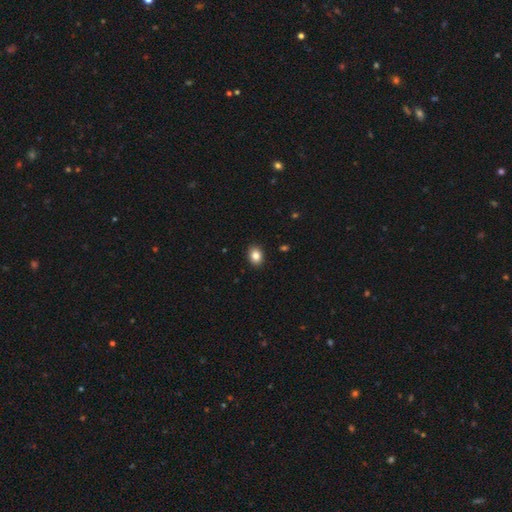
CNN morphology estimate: The model was most divided on "how rounded": in between: 63%, round: 36%, cigar-shaped: 1%. More confident: merging — none (91%); smooth or featured — smooth (85%).